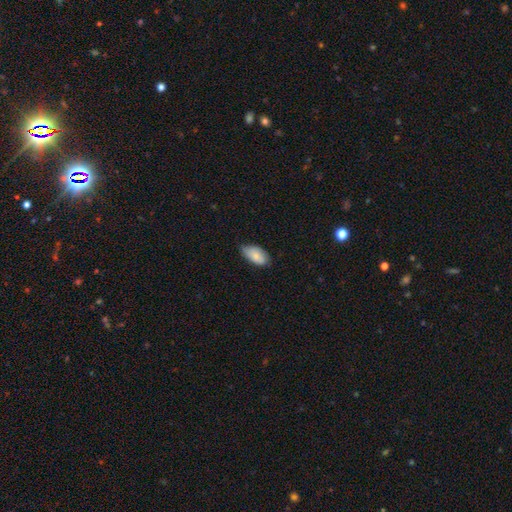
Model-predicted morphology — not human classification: A smooth galaxy with no disk features (82%) that is in between round and cigar-shaped (94%).

Vote fractions:
- Smooth or featured? smooth: 82% / featured or disk: 12% / star or artifact: 6%
- How rounded? in between: 94% / cigar-shaped: 3% / round: 3%
- Merging? none: 63% / minor disturbance: 32% / major disturbance: 4% / merger: 1%